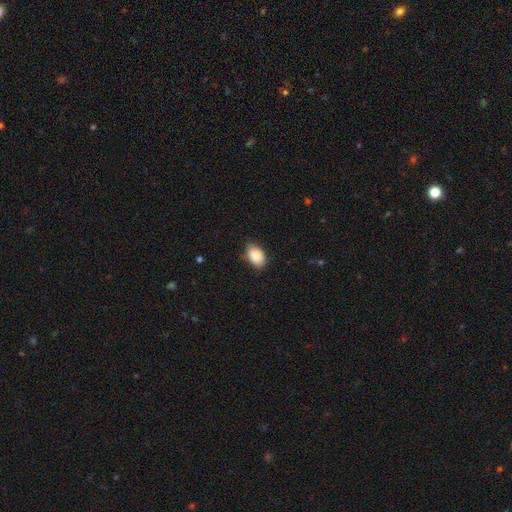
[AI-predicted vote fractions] The model was most divided on "merging": none: 73%, minor disturbance: 22%, major disturbance: 4%, merger: 1%. More confident: smooth or featured — smooth (89%); how rounded — in between (86%).